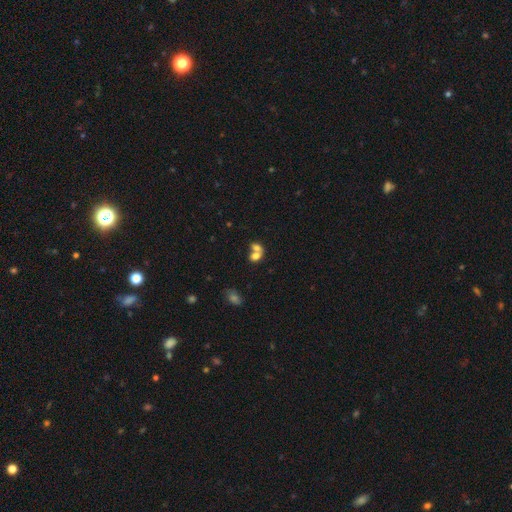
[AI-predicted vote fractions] The model was most divided on "how rounded": in between: 65%, round: 33%, cigar-shaped: 2%. More confident: smooth or featured — smooth (71%); merging — merger (70%).